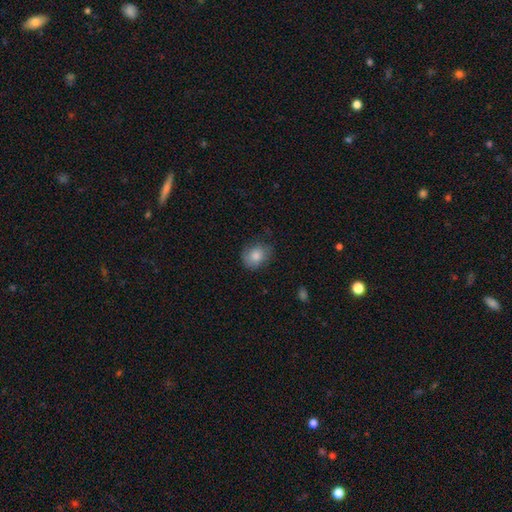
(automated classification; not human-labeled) This is clearly a smooth galaxy (81%). How rounded: possibly round (56%). Merging: likely none (70%).